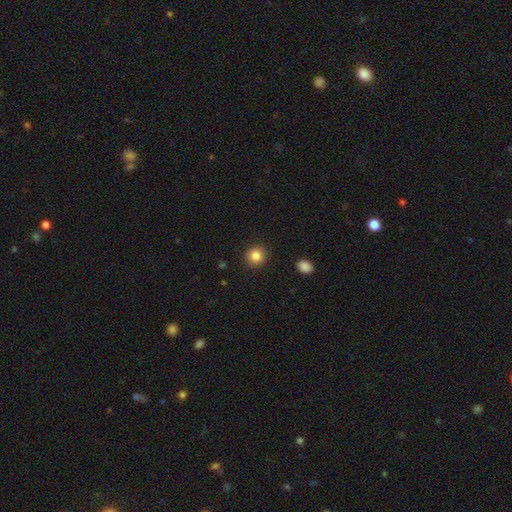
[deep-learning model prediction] A smooth galaxy with no disk features (85%) that is round (89%). Merging: none (91%).